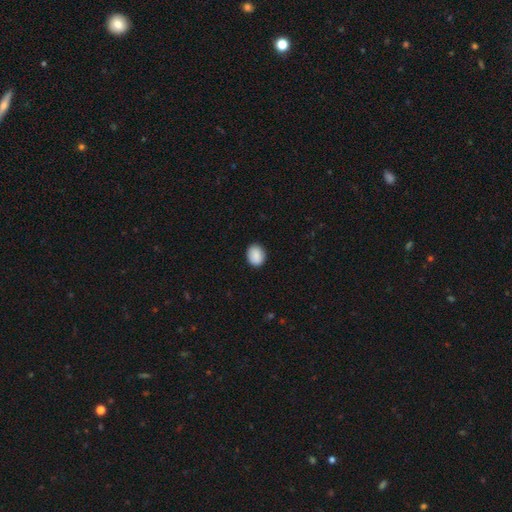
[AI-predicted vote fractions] This appears to be a smooth galaxy with no disk features (89%) that is round (53%). Merging: none (88%).